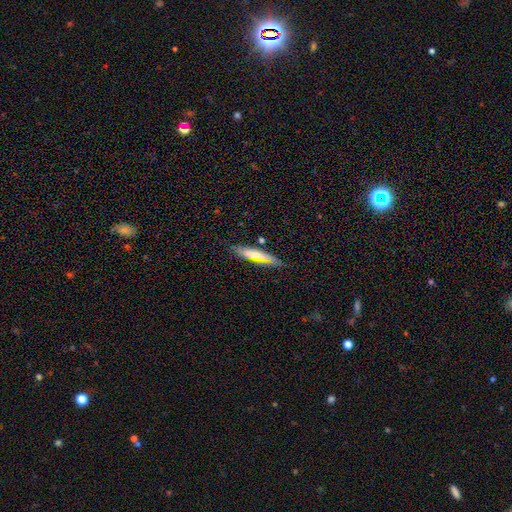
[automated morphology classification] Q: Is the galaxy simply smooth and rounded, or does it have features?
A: smooth — 54%.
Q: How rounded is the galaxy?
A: cigar-shaped — 79%.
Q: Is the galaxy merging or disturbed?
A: none — 81%.